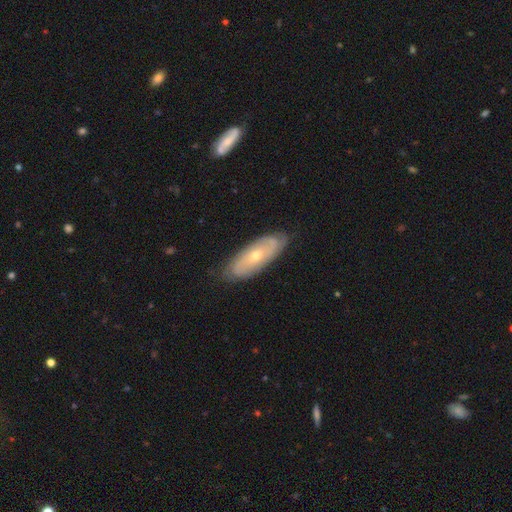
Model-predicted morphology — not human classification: Smooth or featured?
  - featured or disk: 67% *
  - smooth: 27%
  - star or artifact: 6%
Edge-on disk?
  - no: 84% *
  - yes: 16%
Bar?
  - no: 73% *
  - weak: 21%
  - strong: 6%
Spiral arms?
  - yes: 77% *
  - no: 23%
Bulge size?
  - small: 56% *
  - moderate: 41%
  - large: 1%
  - none: 1%
  - dominant: 1%
Merging?
  - none: 80% *
  - minor disturbance: 16%
  - major disturbance: 3%
  - merger: 1%